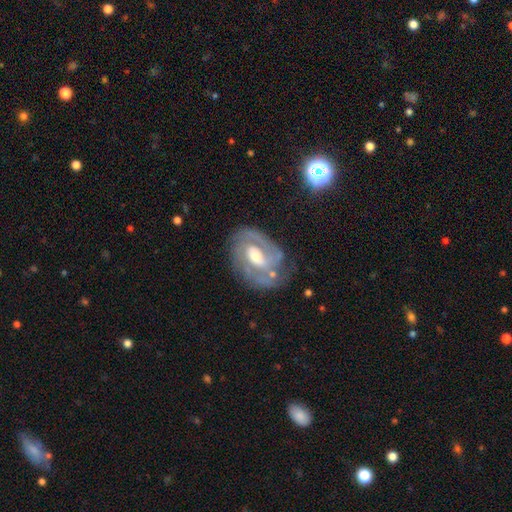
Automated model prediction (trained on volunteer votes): Smooth or featured: featured or disk — 86% (smooth — 9%)
Edge-on disk: no — 97% (yes — 3%)
Bar: weak — 47% (no — 33%)
Spiral arms: yes — 93% (no — 7%)
Spiral winding: tight — 53% (medium — 38%)
Spiral arm count: 2 — 66% (can't tell — 13%)
Bulge size: moderate — 64% (small — 23%)
Merging: none — 67% (minor disturbance — 20%)